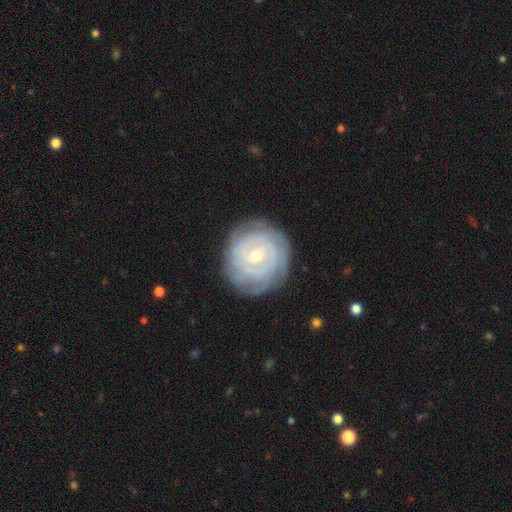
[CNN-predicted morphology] Smooth or featured: featured or disk — 79% (smooth — 16%)
Edge-on disk: no — 97% (yes — 3%)
Bar: no — 61% (weak — 31%)
Spiral arms: yes — 91% (no — 9%)
Spiral winding: tight — 85% (medium — 12%)
Spiral arm count: can't tell — 47% (2 — 19%)
Bulge size: small — 61% (moderate — 36%)
Merging: none — 80% (minor disturbance — 14%)